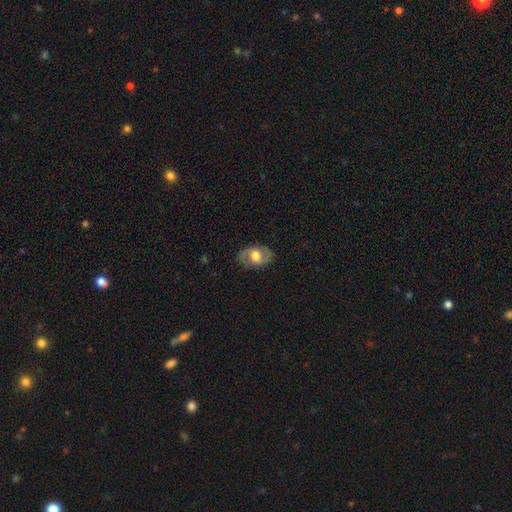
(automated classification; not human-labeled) Smooth or featured?
  - featured or disk: 64% *
  - smooth: 30%
  - star or artifact: 6%
Edge-on disk?
  - no: 95% *
  - yes: 5%
Bar?
  - no: 52% *
  - weak: 37%
  - strong: 11%
Spiral arms?
  - yes: 77% *
  - no: 23%
Bulge size?
  - moderate: 47% *
  - large: 40%
  - small: 8%
  - dominant: 3%
  - none: 2%
Merging?
  - none: 81% *
  - minor disturbance: 13%
  - major disturbance: 5%
  - merger: 1%